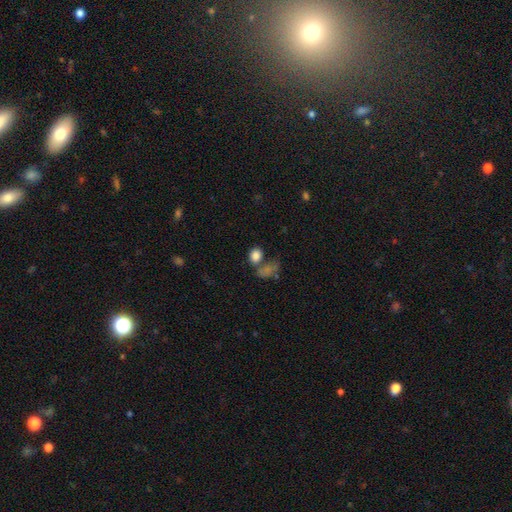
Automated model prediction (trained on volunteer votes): Morphology: type=smooth (81%); roundness=in between (60%); merging=none (49%).